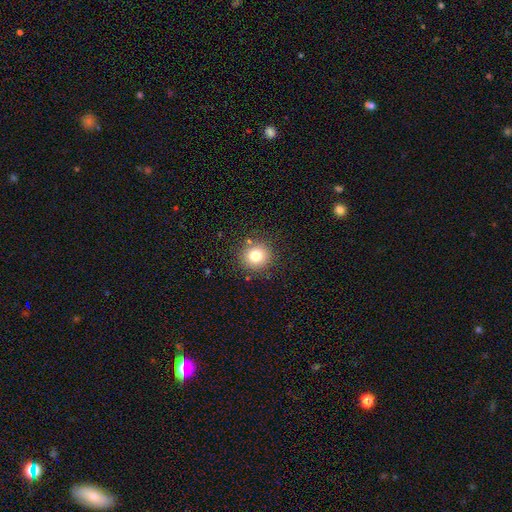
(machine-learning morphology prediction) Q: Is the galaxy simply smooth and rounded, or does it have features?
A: smooth — 77%.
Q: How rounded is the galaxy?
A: round — 91%.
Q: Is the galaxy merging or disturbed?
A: none — 87%.